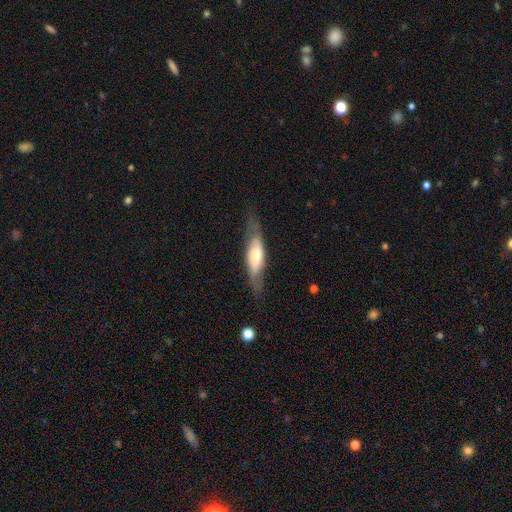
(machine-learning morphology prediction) Q: Smooth or featured?
A: smooth (48%); runner-up: featured or disk (46%)
Q: Merging?
A: none (70%); runner-up: minor disturbance (19%)